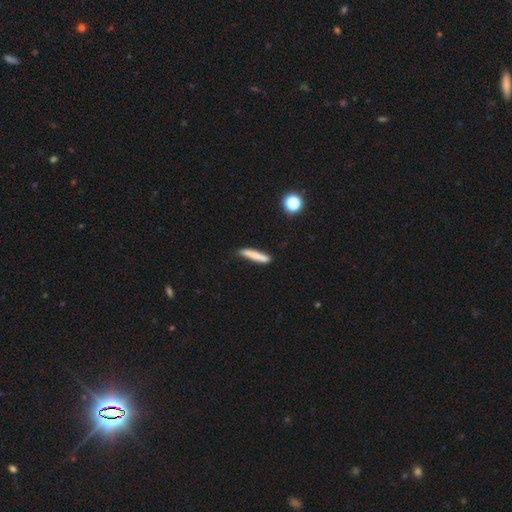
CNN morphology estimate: Smooth or featured? smooth (74%)
How rounded? cigar-shaped (92%)
Merging? none (80%)